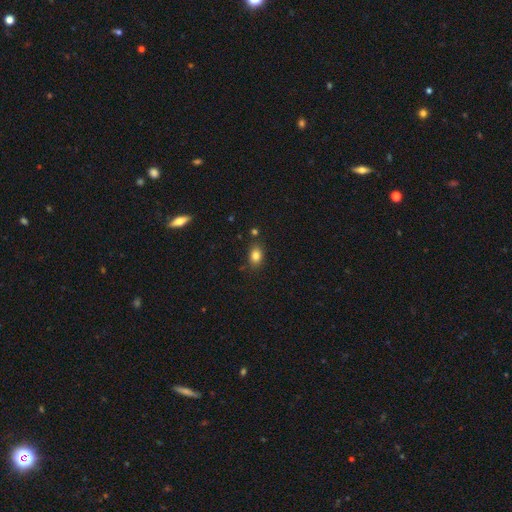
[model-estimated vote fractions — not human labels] A smooth galaxy with no disk features (82%) that is in between round and cigar-shaped (69%).

Vote fractions:
- Smooth or featured? smooth: 82% / star or artifact: 11% / featured or disk: 7%
- How rounded? in between: 69% / round: 30% / cigar-shaped: 1%
- Merging? none: 80% / minor disturbance: 13% / merger: 4% / major disturbance: 3%